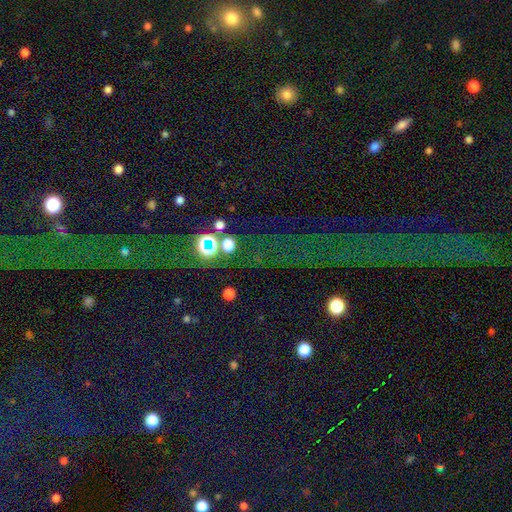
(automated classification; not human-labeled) A star or artifact, not a galaxy (80%).

Vote fractions:
- Smooth or featured? star or artifact: 80% / smooth: 11% / featured or disk: 9%